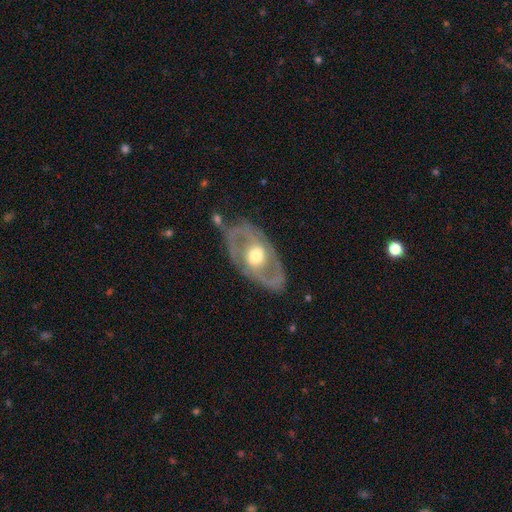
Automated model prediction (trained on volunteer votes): A featured or disk galaxy (76%) with no bar (63%), spiral arms (60%) and a moderate central bulge (70%). Merging: none (73%).